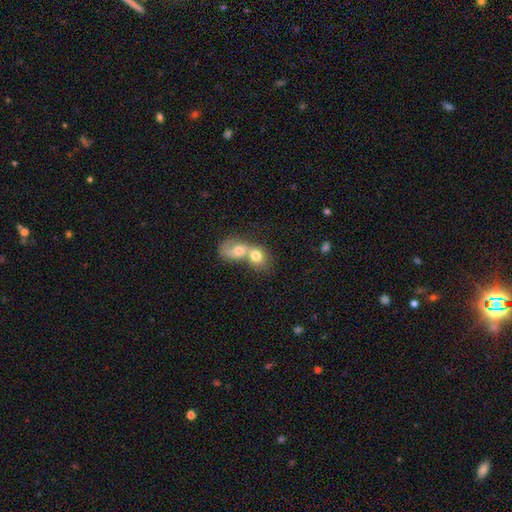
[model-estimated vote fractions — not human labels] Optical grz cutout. It shows a smooth galaxy with no disk features (68%) that is round (57%). Merging: merger (78%).